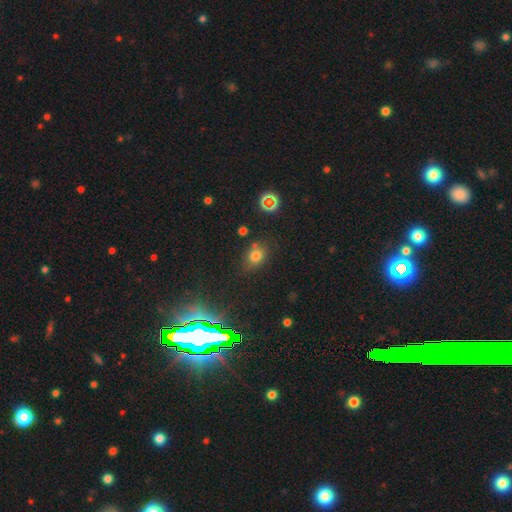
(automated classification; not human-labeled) A smooth galaxy with no disk features (71%) that is round (55%).

Vote fractions:
- Smooth or featured? smooth: 71% / star or artifact: 21% / featured or disk: 8%
- How rounded? round: 55% / in between: 44% / cigar-shaped: 1%
- Merging? none: 73% / minor disturbance: 15% / merger: 7% / major disturbance: 5%